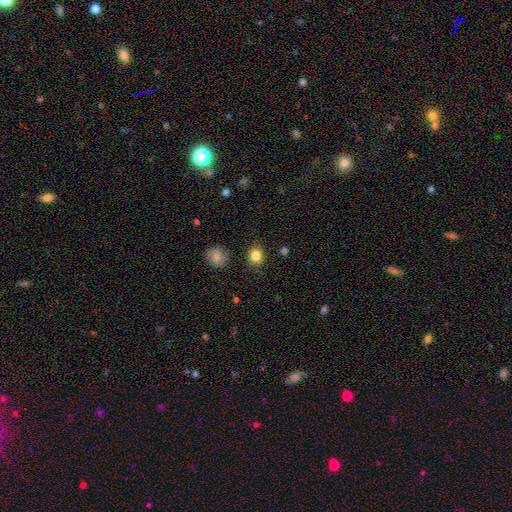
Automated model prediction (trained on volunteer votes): A smooth galaxy with no disk features (84%) that is round (65%). Merging: none (86%).